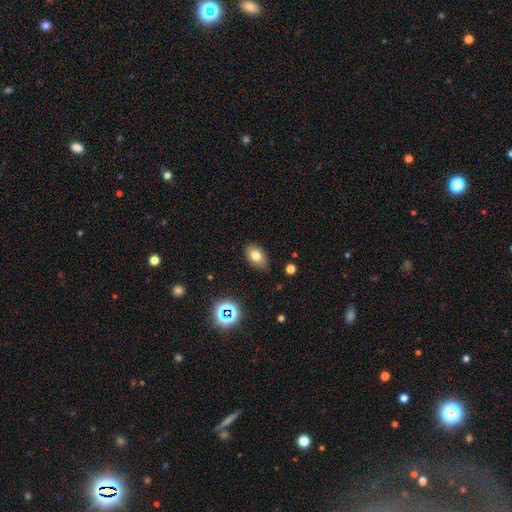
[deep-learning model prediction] Smooth or featured?
  - smooth: 76% *
  - featured or disk: 12%
  - star or artifact: 12%
How rounded?
  - in between: 89% *
  - round: 9%
  - cigar-shaped: 2%
Merging?
  - none: 83% *
  - minor disturbance: 13%
  - major disturbance: 3%
  - merger: 1%